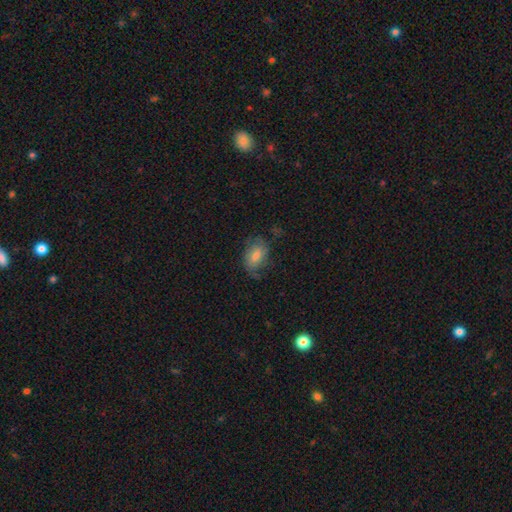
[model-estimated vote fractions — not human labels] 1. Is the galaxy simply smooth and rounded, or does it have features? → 58% smooth, 32% featured or disk, 11% star or artifact.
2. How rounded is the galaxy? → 78% in between, 20% round, 2% cigar-shaped.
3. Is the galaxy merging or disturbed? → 61% none, 25% minor disturbance, 12% major disturbance, 2% merger.